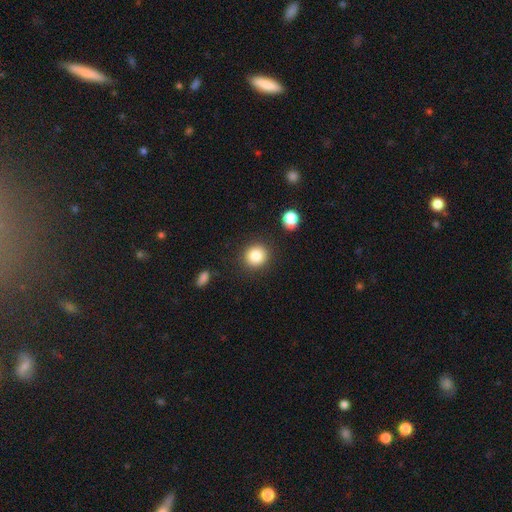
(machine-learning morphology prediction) Q: Smooth or featured?
A: smooth (84%); runner-up: star or artifact (10%)
Q: How rounded?
A: round (91%); runner-up: in between (8%)
Q: Merging?
A: none (87%); runner-up: minor disturbance (7%)